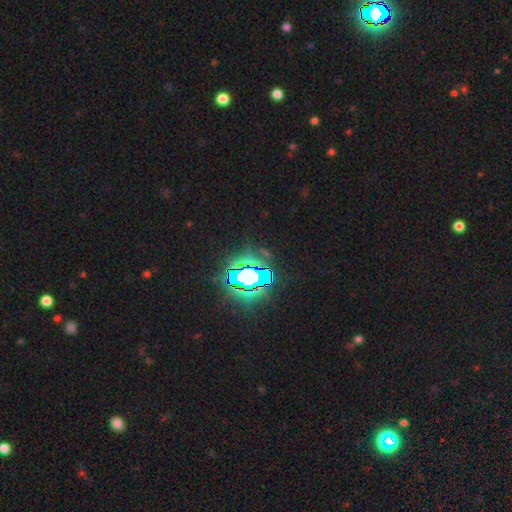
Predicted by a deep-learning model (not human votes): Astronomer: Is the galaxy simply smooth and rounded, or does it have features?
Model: star or artifact — 84%.